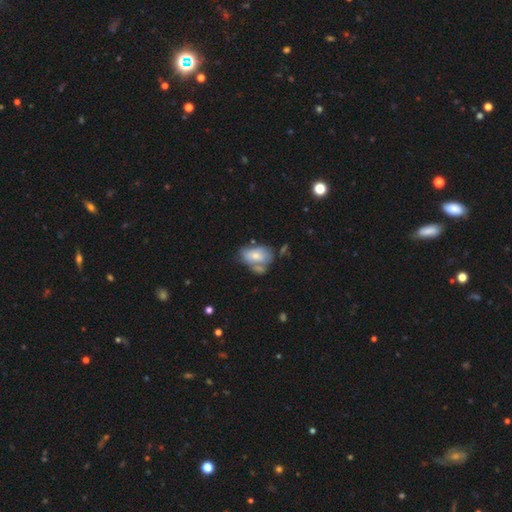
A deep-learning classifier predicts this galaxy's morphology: smooth 64%, featured or disk 29%, star or artifact 7%. Down the decision tree: how rounded — in between (84%); merging — none (35%).